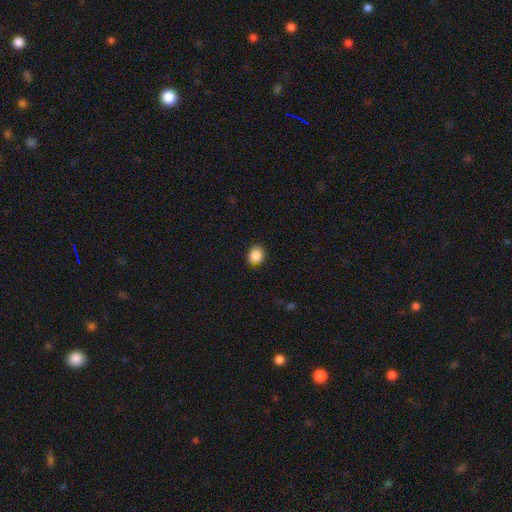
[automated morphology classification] Smooth or featured? smooth (88%)
How rounded? round (76%)
Merging? none (88%)